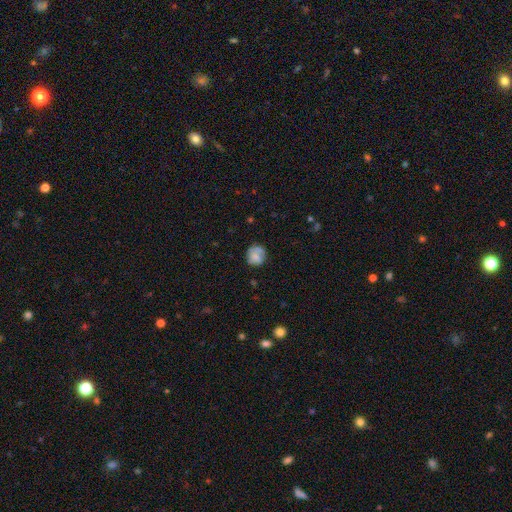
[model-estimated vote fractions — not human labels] A smooth galaxy with no disk features (65%) that is round (79%).

Vote fractions:
- Smooth or featured? smooth: 65% / featured or disk: 26% / star or artifact: 9%
- How rounded? round: 79% / in between: 20% / cigar-shaped: 1%
- Merging? none: 61% / minor disturbance: 24% / major disturbance: 11% / merger: 4%